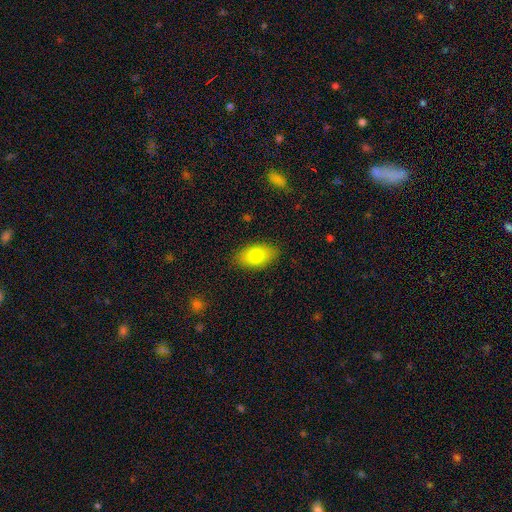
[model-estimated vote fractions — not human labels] This is clearly a smooth galaxy (82%). How rounded: clearly in between (92%). Merging: clearly none (85%).